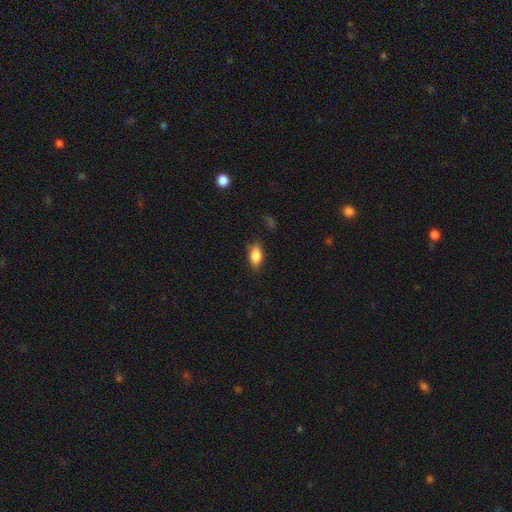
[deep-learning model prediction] Smooth or featured: smooth — 83% (featured or disk — 9%)
How rounded: in between — 87% (cigar-shaped — 7%)
Merging: none — 81% (minor disturbance — 15%)